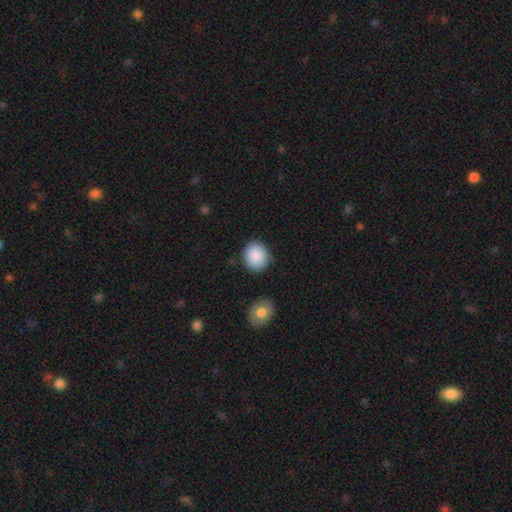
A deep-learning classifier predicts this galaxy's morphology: Smooth or featured? smooth (89%)
How rounded? round (78%)
Merging? none (84%)